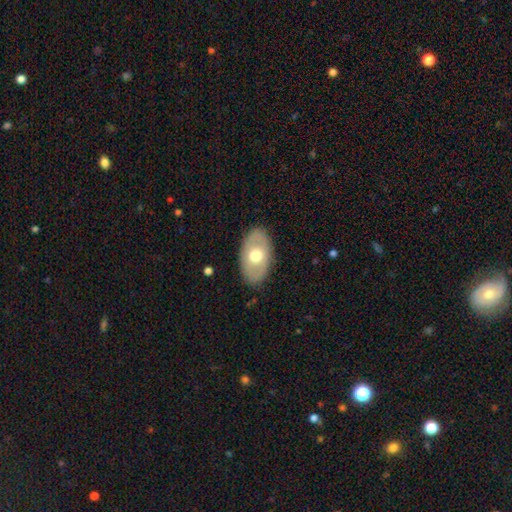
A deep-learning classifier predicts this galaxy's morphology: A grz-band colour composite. It shows a smooth galaxy with no disk features (56%) that is in between round and cigar-shaped (91%). Merging: none (85%).